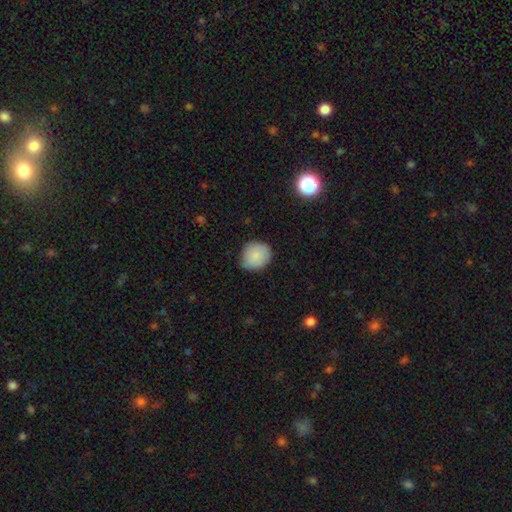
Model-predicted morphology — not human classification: This appears to be a smooth galaxy with no disk features (86%) that is round (82%). Merging: none (74%).